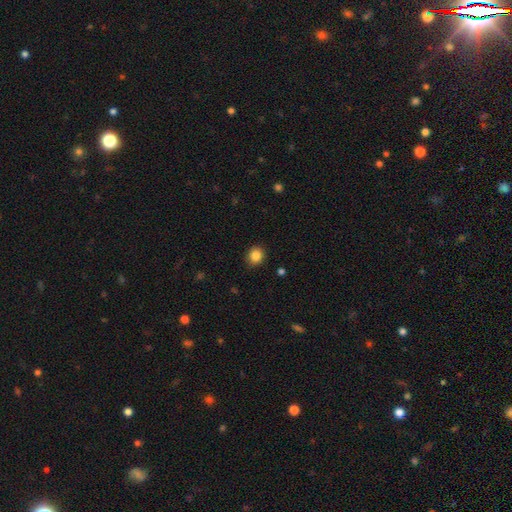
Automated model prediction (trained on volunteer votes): The model was most divided on "how rounded": round: 79%, in between: 20%, cigar-shaped: 1%. More confident: merging — none (90%); smooth or featured — smooth (86%).